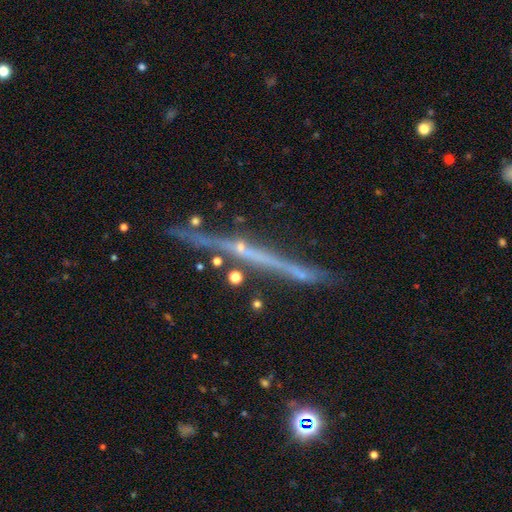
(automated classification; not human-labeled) This is likely a featured or disk galaxy (69%). It is clearly viewed edge-on (95%). Edge-on bulge: likely none (78%). Merging: likely none (77%).